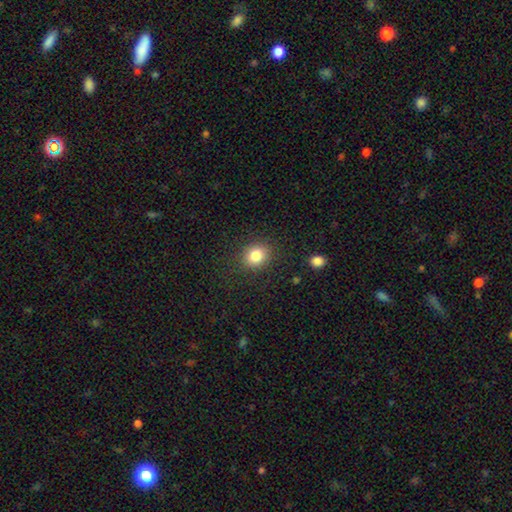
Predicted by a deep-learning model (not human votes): smooth_or_featured: smooth (p=0.83) [alt: star or artifact p=0.11]
how_rounded: round (p=0.67) [alt: in between p=0.33]
merging: none (p=0.85) [alt: minor disturbance p=0.10]